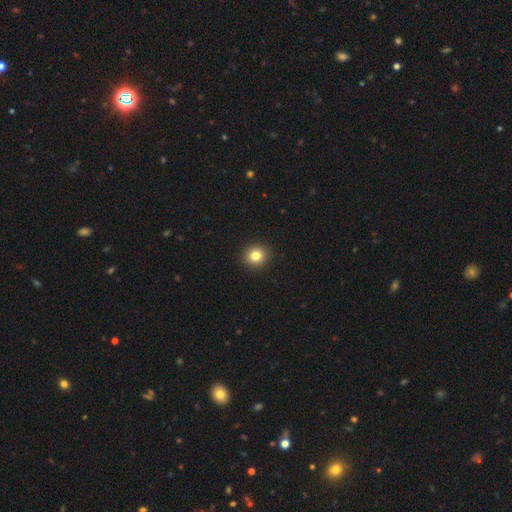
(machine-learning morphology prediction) Smooth or featured? smooth (82%)
How rounded? round (89%)
Merging? none (93%)